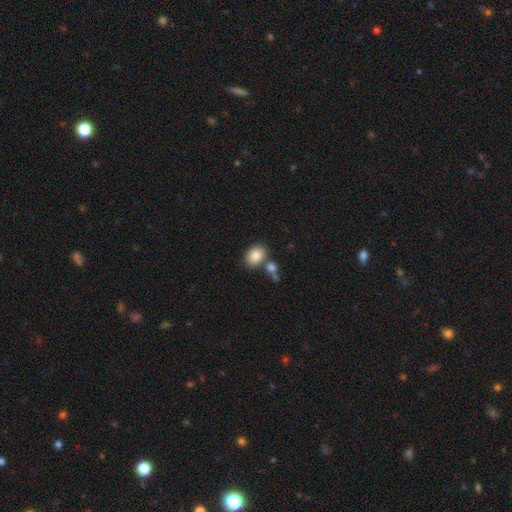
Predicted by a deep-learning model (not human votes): smooth 84%, star or artifact 8%, featured or disk 8%. Down the decision tree: how rounded — in between (68%); merging — none (67%).